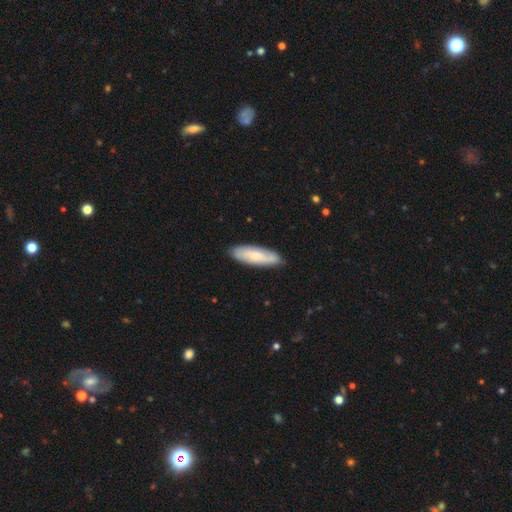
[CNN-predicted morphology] A smooth galaxy with no disk features (62%) that is in between round and cigar-shaped (50%).

Vote fractions:
- Smooth or featured? smooth: 62% / featured or disk: 32% / star or artifact: 6%
- How rounded? in between: 50% / cigar-shaped: 48% / round: 2%
- Merging? none: 86% / minor disturbance: 11% / major disturbance: 2% / merger: 1%